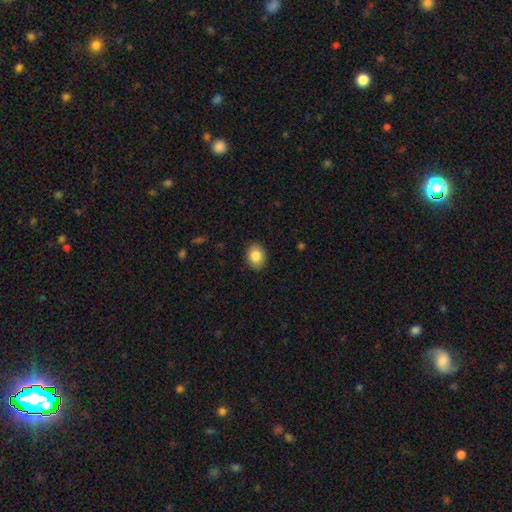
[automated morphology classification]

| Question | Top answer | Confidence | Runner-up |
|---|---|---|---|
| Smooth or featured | smooth | 85% | star or artifact (8%) |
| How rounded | in between | 62% | round (37%) |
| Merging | none | 89% | minor disturbance (8%) |